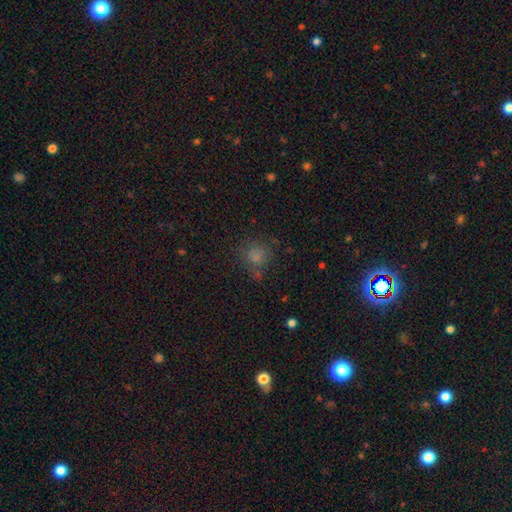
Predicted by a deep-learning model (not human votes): A smooth galaxy with no disk features (76%) that is round (85%).

Vote fractions:
- Smooth or featured? smooth: 76% / star or artifact: 16% / featured or disk: 9%
- How rounded? round: 85% / in between: 14% / cigar-shaped: 1%
- Merging? none: 64% / minor disturbance: 17% / merger: 10% / major disturbance: 9%